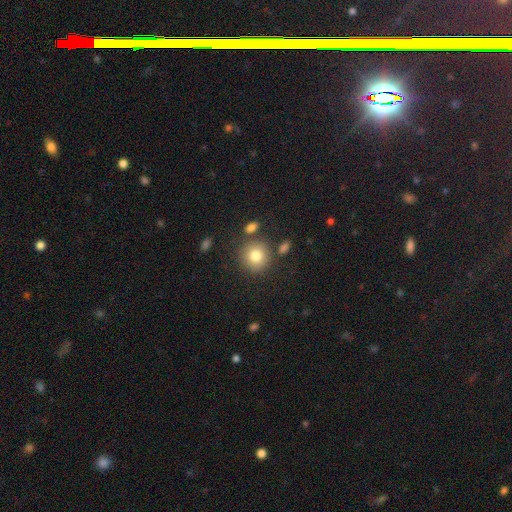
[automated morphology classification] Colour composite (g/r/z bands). It shows a smooth galaxy with no disk features (80%) that is round (91%). Merging: none (80%).